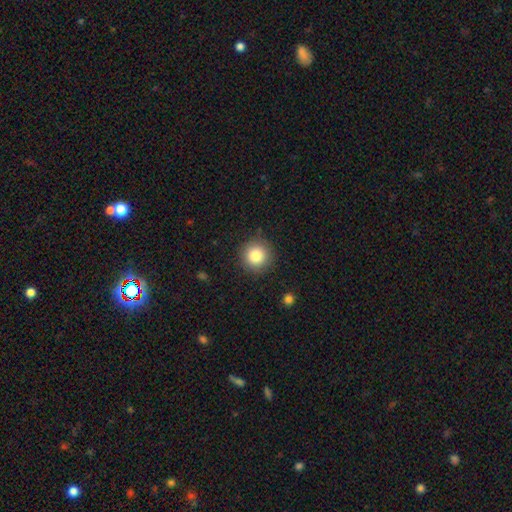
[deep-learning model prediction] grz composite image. It shows a smooth galaxy with no disk features (83%) that is round (95%). Merging: none (89%).